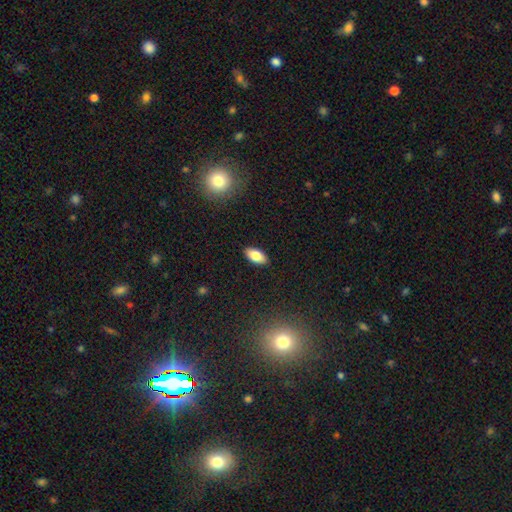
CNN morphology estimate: Smooth or featured? Predicted: smooth (p=0.80). How rounded? Predicted: in between (p=0.91). Merging? Predicted: none (p=0.89).